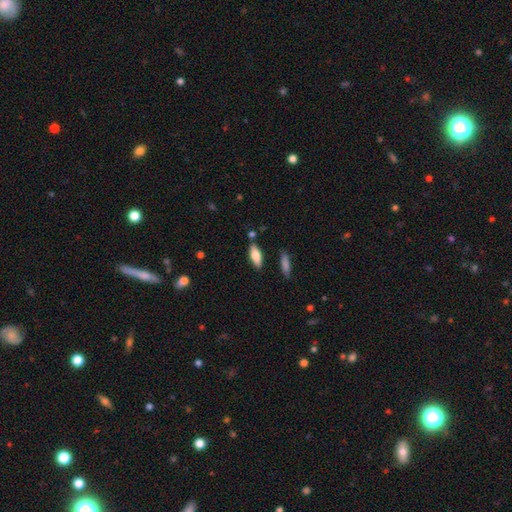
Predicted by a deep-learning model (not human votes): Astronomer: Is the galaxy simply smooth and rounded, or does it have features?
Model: smooth — 76%.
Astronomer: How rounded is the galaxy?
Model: in between — 70%.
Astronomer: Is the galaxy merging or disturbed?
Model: none — 81%.